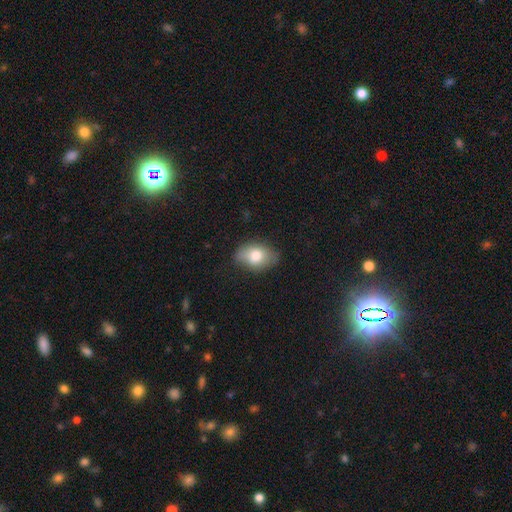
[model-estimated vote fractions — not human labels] A smooth galaxy with no disk features (76%) that is in between round and cigar-shaped (85%). Merging: none (72%).